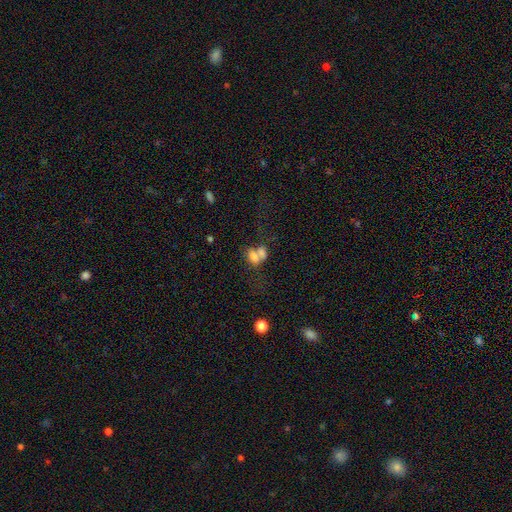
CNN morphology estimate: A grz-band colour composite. It shows a smooth galaxy with no disk features (70%) that is in between round and cigar-shaped (73%). Merging: merger (60%).